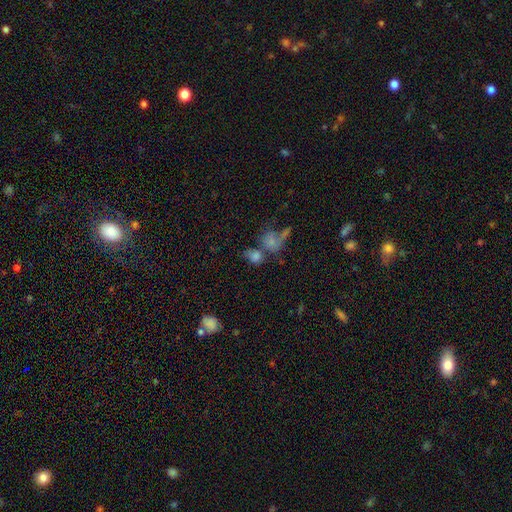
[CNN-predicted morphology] Smooth or featured? smooth (67%)
How rounded? round (55%)
Merging? merger (43%)